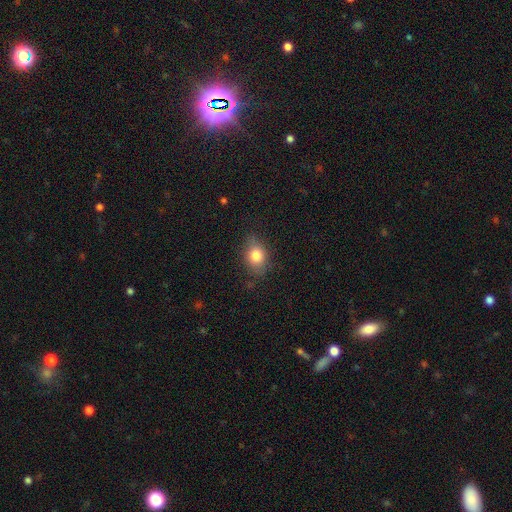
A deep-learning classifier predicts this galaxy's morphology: A smooth galaxy with no disk features (78%) that is in between round and cigar-shaped (62%).

Vote fractions:
- Smooth or featured? smooth: 78% / featured or disk: 11% / star or artifact: 10%
- How rounded? in between: 62% / round: 36% / cigar-shaped: 2%
- Merging? none: 75% / minor disturbance: 19% / major disturbance: 5% / merger: 1%